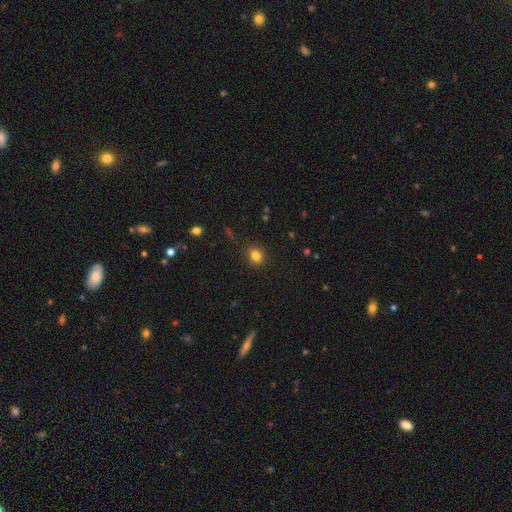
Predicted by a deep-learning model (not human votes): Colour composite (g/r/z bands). It shows a smooth galaxy with no disk features (83%) that is round (61%). Merging: none (87%).